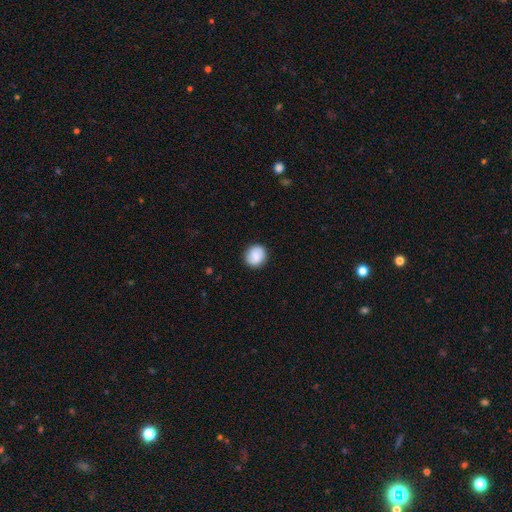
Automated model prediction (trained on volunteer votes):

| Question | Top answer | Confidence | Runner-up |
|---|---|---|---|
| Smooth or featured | smooth | 81% | featured or disk (12%) |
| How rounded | round | 82% | in between (17%) |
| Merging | none | 88% | minor disturbance (9%) |